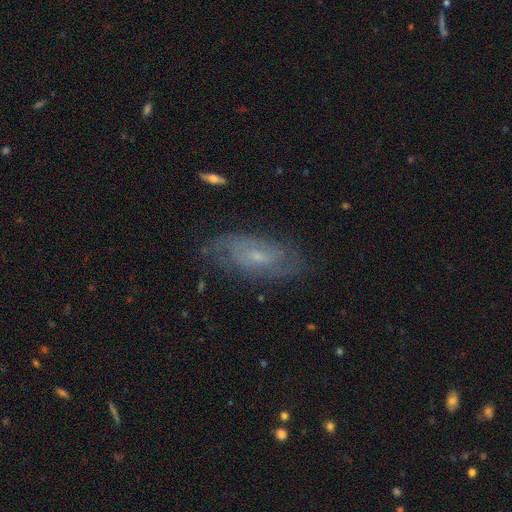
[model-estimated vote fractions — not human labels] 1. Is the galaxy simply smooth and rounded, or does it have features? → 73% featured or disk, 18% smooth, 9% star or artifact.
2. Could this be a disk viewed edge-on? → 91% no, 9% yes.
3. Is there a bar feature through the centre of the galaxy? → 52% no, 41% weak, 7% strong.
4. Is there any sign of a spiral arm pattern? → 89% yes, 11% no.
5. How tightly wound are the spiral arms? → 51% tight, 37% medium, 12% loose.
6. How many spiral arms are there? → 41% 2, 40% can't tell, 8% 3, 4% 4, 4% 1, 3% more than 4.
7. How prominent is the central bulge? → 65% small, 27% moderate, 5% none, 2% large, 1% dominant.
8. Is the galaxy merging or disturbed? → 76% none, 17% minor disturbance, 6% major disturbance, 1% merger.